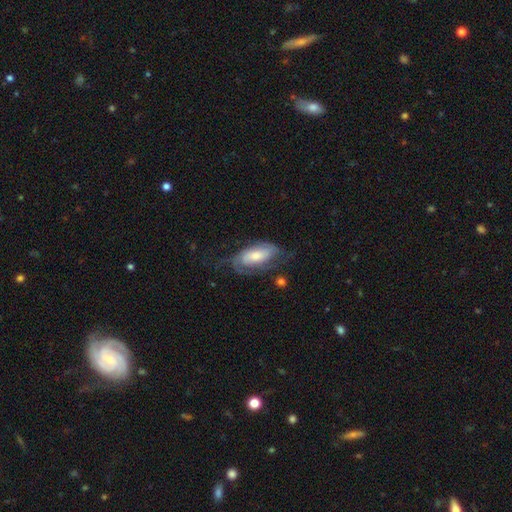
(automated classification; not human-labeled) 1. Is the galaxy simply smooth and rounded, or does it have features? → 64% featured or disk, 29% smooth, 6% star or artifact.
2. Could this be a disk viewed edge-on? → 93% no, 7% yes.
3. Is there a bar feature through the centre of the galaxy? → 59% no, 31% weak, 10% strong.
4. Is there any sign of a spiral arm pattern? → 87% yes, 13% no.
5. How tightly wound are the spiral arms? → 40% medium, 39% tight, 21% loose.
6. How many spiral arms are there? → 57% 2, 24% can't tell, 8% 1, 6% 3, 2% 4, 2% more than 4.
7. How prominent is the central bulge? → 46% moderate, 27% small, 20% large, 5% none, 3% dominant.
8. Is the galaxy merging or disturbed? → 49% none, 26% minor disturbance, 23% major disturbance, 2% merger.